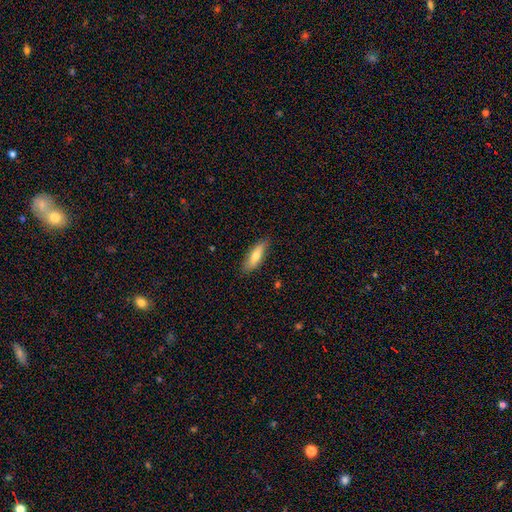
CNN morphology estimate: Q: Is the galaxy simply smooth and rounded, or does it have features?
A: smooth — 69%.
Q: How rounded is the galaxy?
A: cigar-shaped — 49%, tied with in between.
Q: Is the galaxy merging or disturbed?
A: none — 84%.